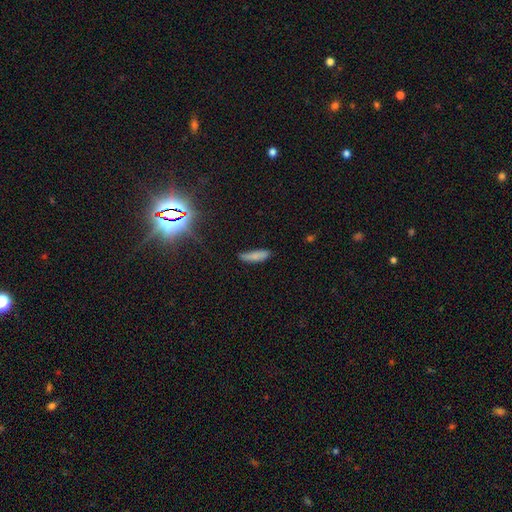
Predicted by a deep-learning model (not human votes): This appears to be a smooth galaxy with no disk features (82%) that is cigar-shaped (63%). Merging: none (68%).